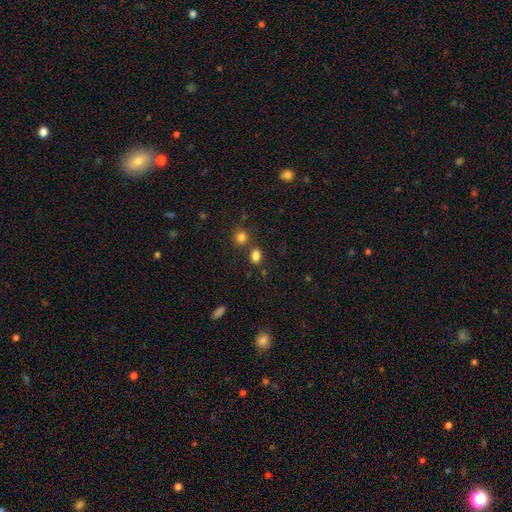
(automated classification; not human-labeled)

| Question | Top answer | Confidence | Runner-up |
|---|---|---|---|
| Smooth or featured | smooth | 81% | star or artifact (14%) |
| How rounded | in between | 56% | round (43%) |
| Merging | none | 70% | merger (16%) |